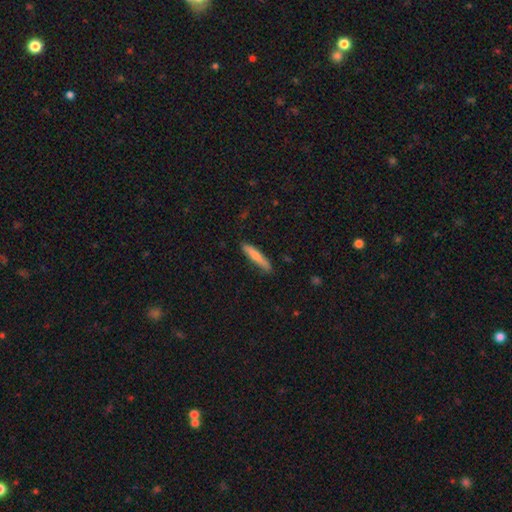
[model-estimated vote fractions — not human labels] smooth 75%, featured or disk 20%, star or artifact 5%. Down the decision tree: how rounded — cigar-shaped (90%); merging — none (82%).